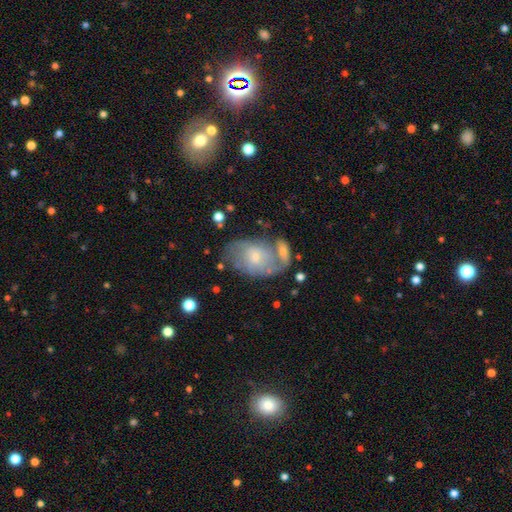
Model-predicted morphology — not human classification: Overall: featured or disk (60%; smooth 32%). Edge-on disk: no (95%). Bar: no (66%; weak 29%). Spiral arms: yes (75%). Bulge size: small (61%; moderate 31%). Merging: none (45%; merger 23%).